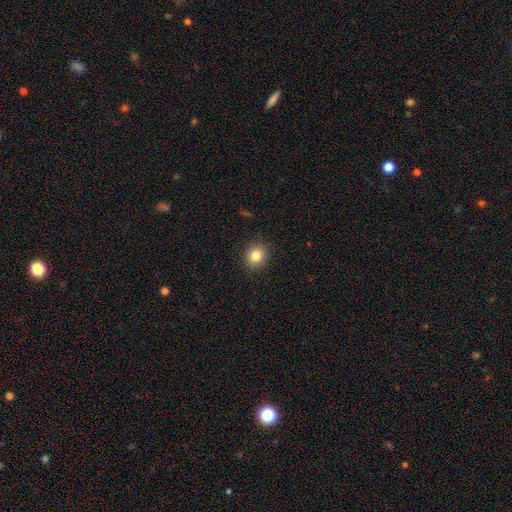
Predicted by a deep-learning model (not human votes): Smooth or featured: smooth — 83% (star or artifact — 11%)
How rounded: round — 77% (in between — 22%)
Merging: none — 90% (minor disturbance — 7%)